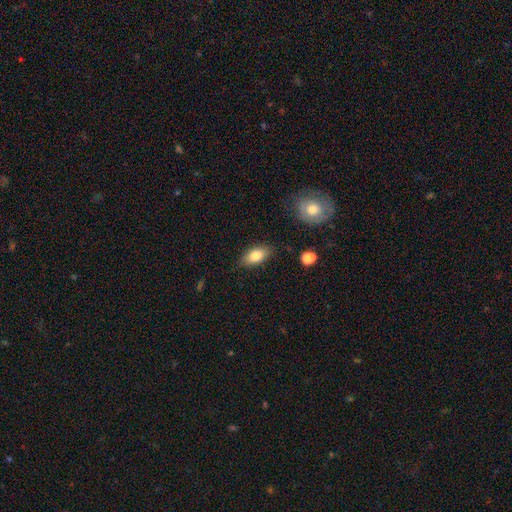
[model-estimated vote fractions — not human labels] Smooth or featured: smooth — 83% (featured or disk — 10%)
How rounded: in between — 89% (cigar-shaped — 7%)
Merging: none — 82% (minor disturbance — 14%)